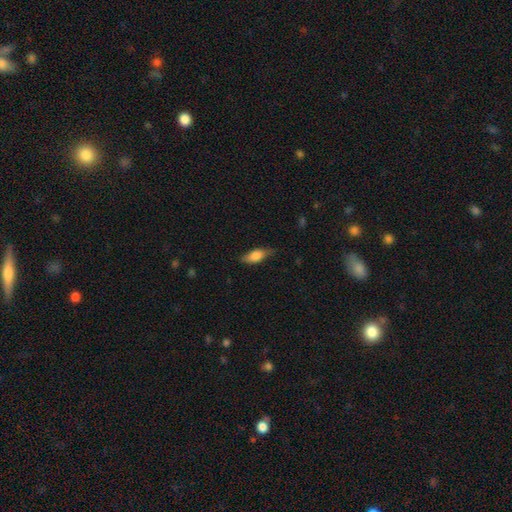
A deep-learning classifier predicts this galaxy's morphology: A smooth galaxy with no disk features (75%) that is in between round and cigar-shaped (76%).

Vote fractions:
- Smooth or featured? smooth: 75% / featured or disk: 19% / star or artifact: 7%
- How rounded? in between: 76% / cigar-shaped: 20% / round: 3%
- Merging? none: 71% / minor disturbance: 23% / major disturbance: 5% / merger: 1%